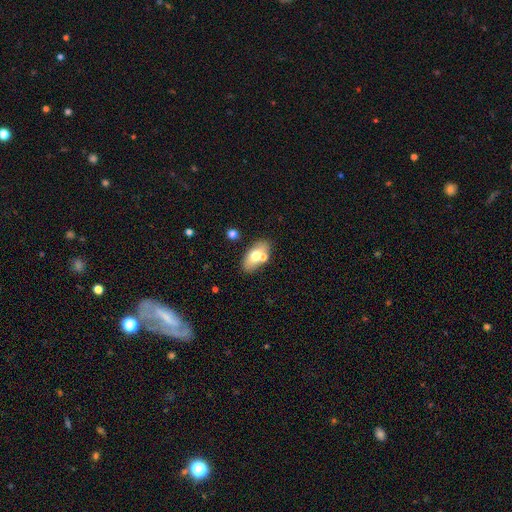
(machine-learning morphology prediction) The model was most divided on "smooth or featured": smooth: 65%, featured or disk: 27%, star or artifact: 8%. More confident: how rounded — in between (88%); merging — none (67%).